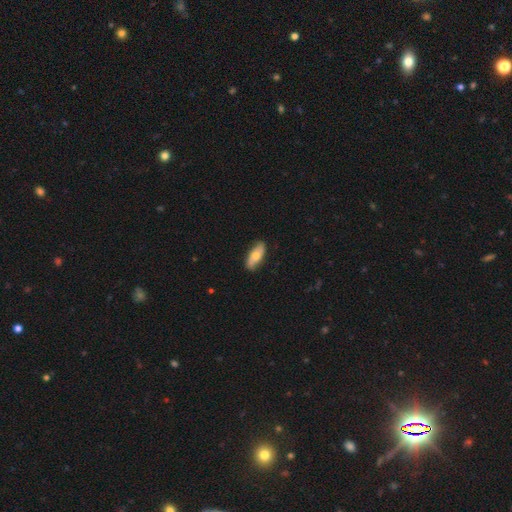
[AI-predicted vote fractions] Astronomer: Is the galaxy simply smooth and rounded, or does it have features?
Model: smooth — 60%.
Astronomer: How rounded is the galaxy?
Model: in between — 77%.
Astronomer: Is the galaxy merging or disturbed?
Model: none — 83%.